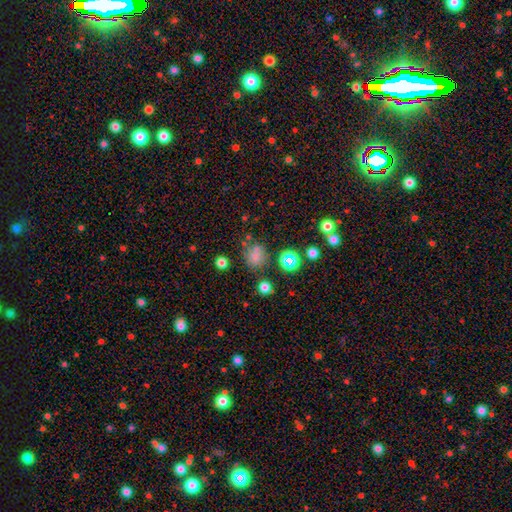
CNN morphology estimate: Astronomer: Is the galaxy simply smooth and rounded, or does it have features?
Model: smooth — 66%.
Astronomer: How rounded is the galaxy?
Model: round — 75%.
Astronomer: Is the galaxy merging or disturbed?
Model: none — 67%.